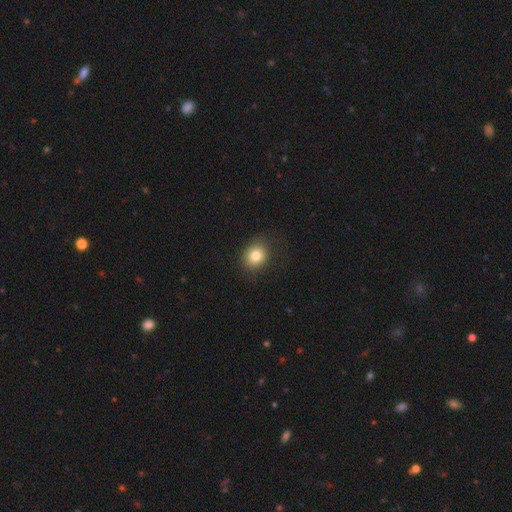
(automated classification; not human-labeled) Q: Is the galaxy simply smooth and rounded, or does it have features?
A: smooth — 81%.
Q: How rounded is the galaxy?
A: round — 67%.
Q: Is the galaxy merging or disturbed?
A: none — 82%.